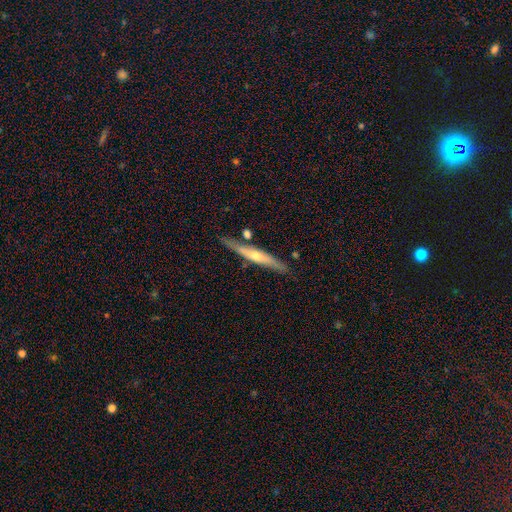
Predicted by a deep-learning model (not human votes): This is likely a featured or disk galaxy (61%). It is clearly viewed edge-on (93%). Edge-on bulge: likely rounded (78%). Merging: clearly none (82%).